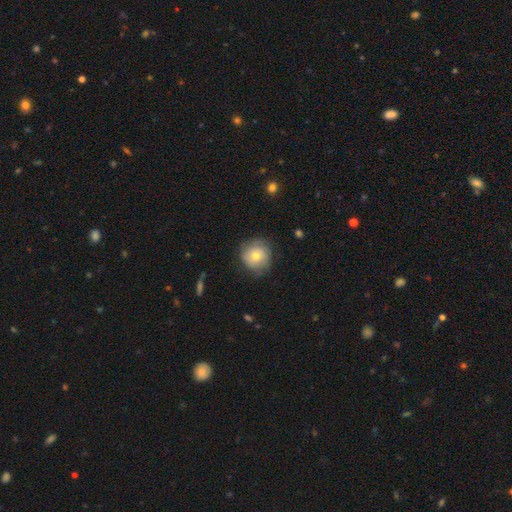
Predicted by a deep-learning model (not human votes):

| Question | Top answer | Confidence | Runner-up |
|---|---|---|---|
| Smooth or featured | smooth | 64% | featured or disk (28%) |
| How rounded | round | 90% | in between (9%) |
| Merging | none | 73% | minor disturbance (20%) |